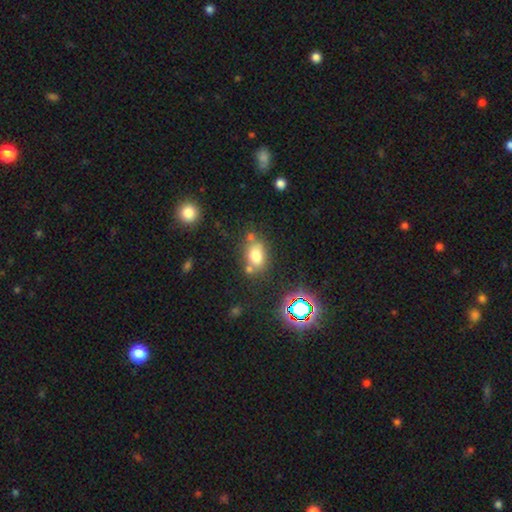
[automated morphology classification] Overall: smooth (73%). How rounded: in between (64%; round 34%). Merging: none (62%).